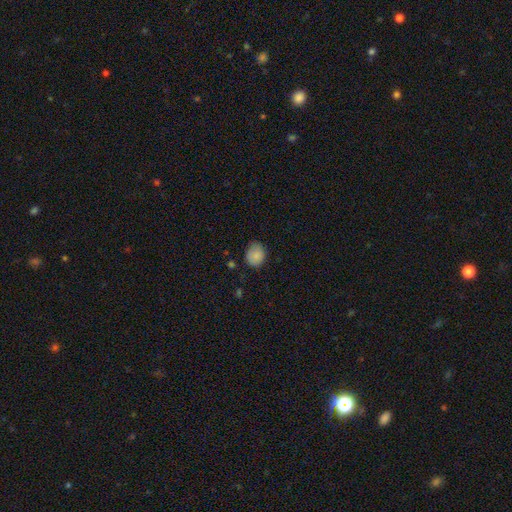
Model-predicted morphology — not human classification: Smooth or featured: smooth — 84% (star or artifact — 9%)
How rounded: round — 61% (in between — 38%)
Merging: none — 71% (minor disturbance — 24%)